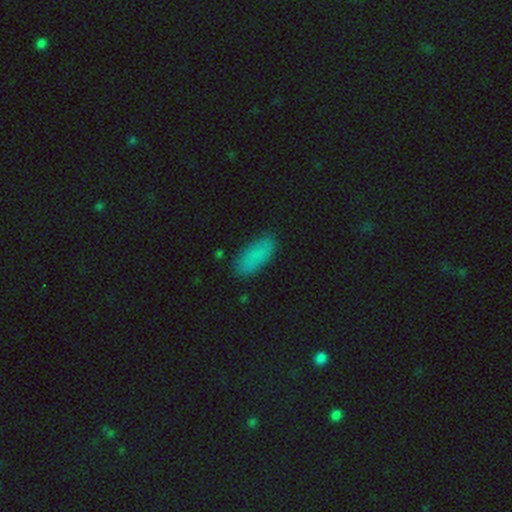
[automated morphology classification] Q: Smooth or featured?
A: smooth (84%); runner-up: star or artifact (9%)
Q: How rounded?
A: in between (83%); runner-up: cigar-shaped (15%)
Q: Merging?
A: none (81%); runner-up: minor disturbance (14%)